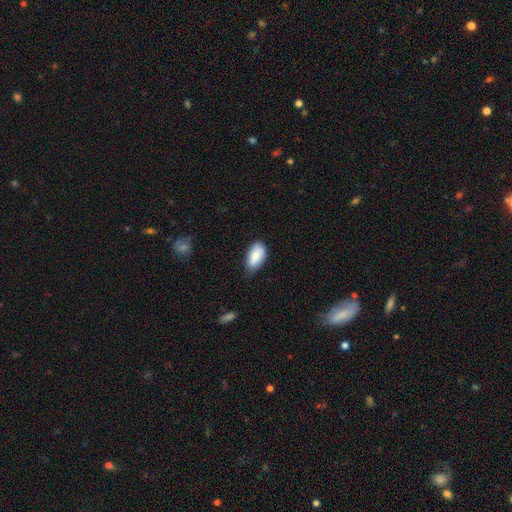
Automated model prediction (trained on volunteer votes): Overall: smooth (80%). How rounded: in between (94%). Merging: none (62%; minor disturbance 32%).